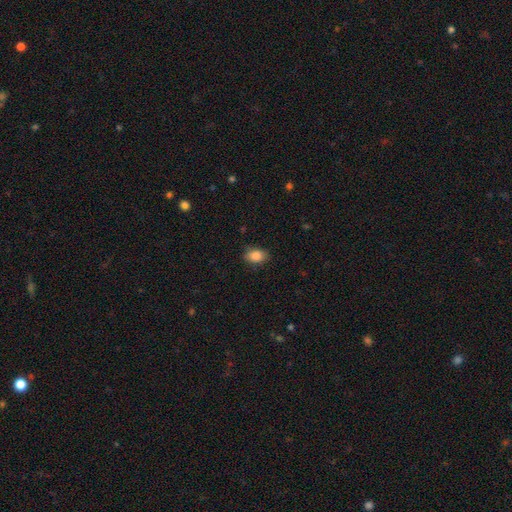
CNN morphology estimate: The model was most divided on "how rounded": in between: 81%, round: 18%, cigar-shaped: 1%. More confident: smooth or featured — smooth (87%); merging — none (84%).